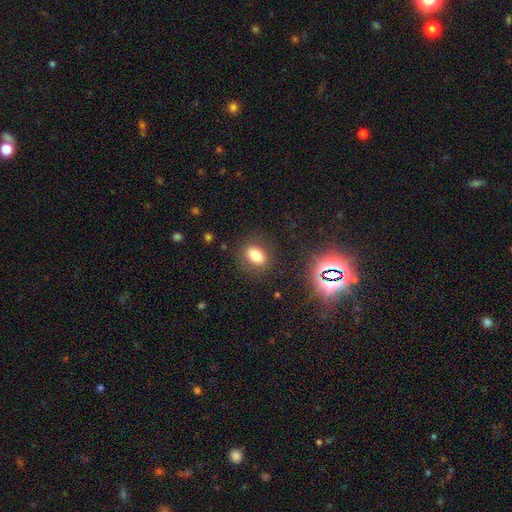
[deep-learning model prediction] Smooth or featured? smooth (76%)
How rounded? in between (73%)
Merging? none (83%)